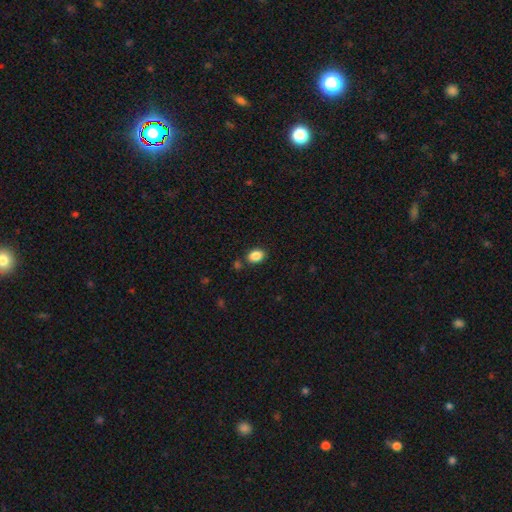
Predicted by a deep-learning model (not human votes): Overall: smooth (87%). How rounded: in between (78%). Merging: none (80%).